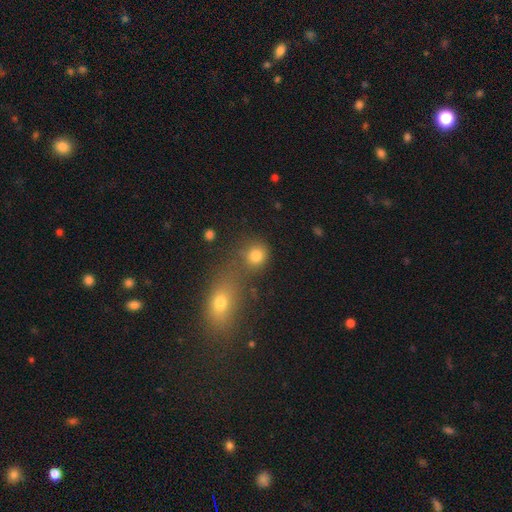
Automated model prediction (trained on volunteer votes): Smooth or featured? Predicted: smooth (p=0.79). How rounded? Predicted: round (p=0.80). Merging? Predicted: none (p=0.54).